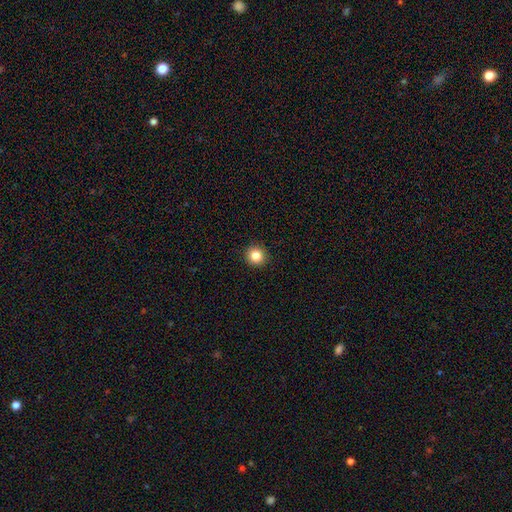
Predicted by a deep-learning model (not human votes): smooth_or_featured: smooth (p=0.84) [alt: star or artifact p=0.11]
how_rounded: round (p=0.94) [alt: in between p=0.05]
merging: none (p=0.93) [alt: minor disturbance p=0.05]